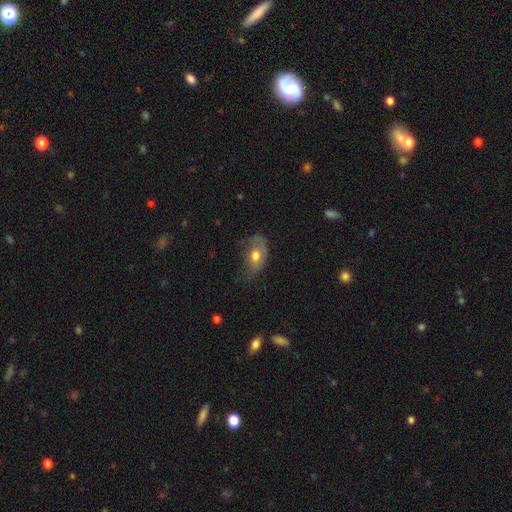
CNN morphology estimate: type=smooth (62%); roundness=in between (84%); merging=none (39%).